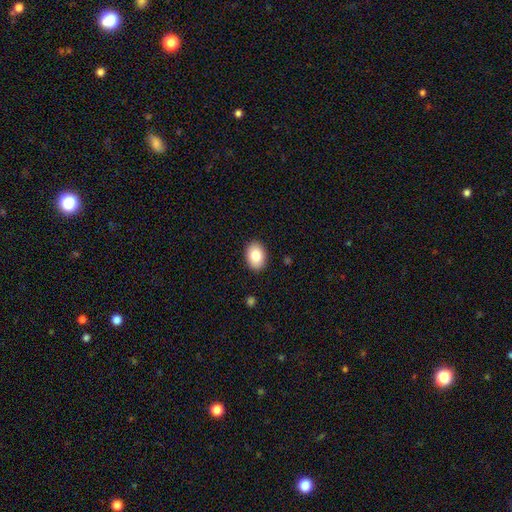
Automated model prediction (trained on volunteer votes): The model was most divided on "how rounded": in between: 77%, round: 22%, cigar-shaped: 1%. More confident: merging — none (90%); smooth or featured — smooth (82%).